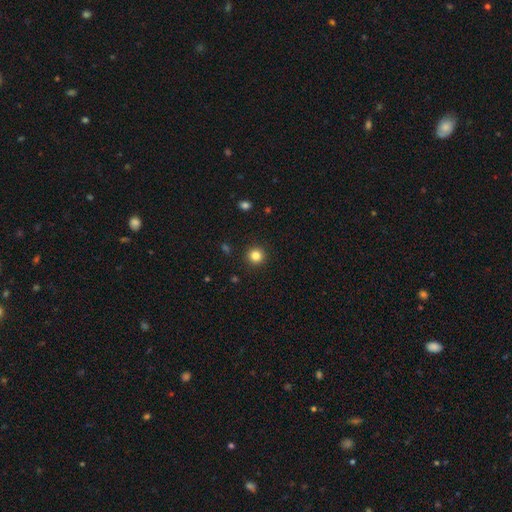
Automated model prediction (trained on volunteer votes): This is clearly a smooth galaxy (83%). How rounded: clearly round (94%). Merging: clearly none (92%).